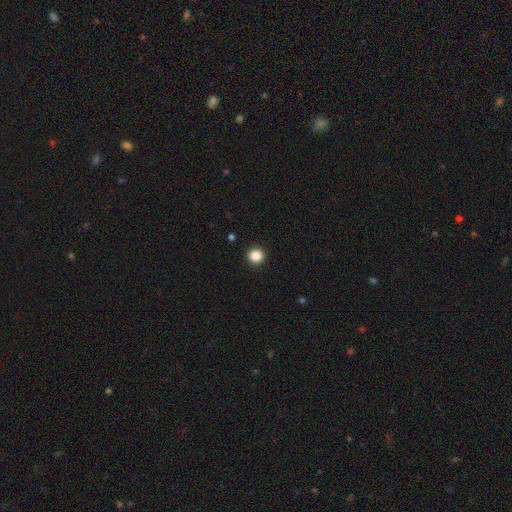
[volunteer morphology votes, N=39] A smooth galaxy with no disk features (79%) that is round (94%). Merging: none (97%).